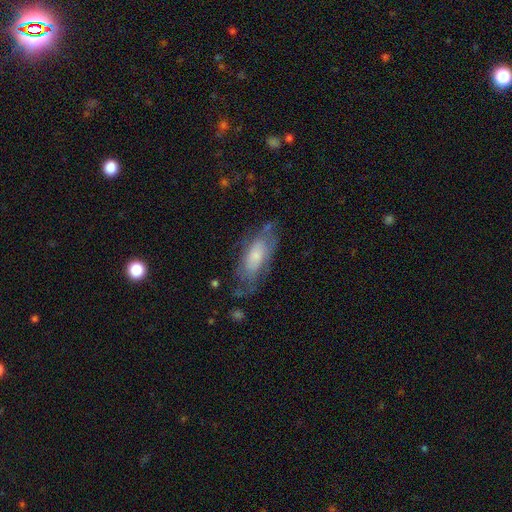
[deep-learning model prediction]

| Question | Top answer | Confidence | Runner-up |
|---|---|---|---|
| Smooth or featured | smooth | 47% | featured or disk (46%) |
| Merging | none | 56% | minor disturbance (26%) |